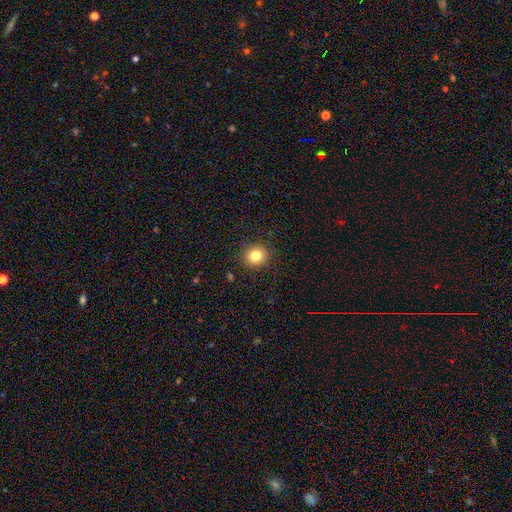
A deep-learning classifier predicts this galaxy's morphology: Smooth or featured? smooth (82%)
How rounded? round (84%)
Merging? none (89%)